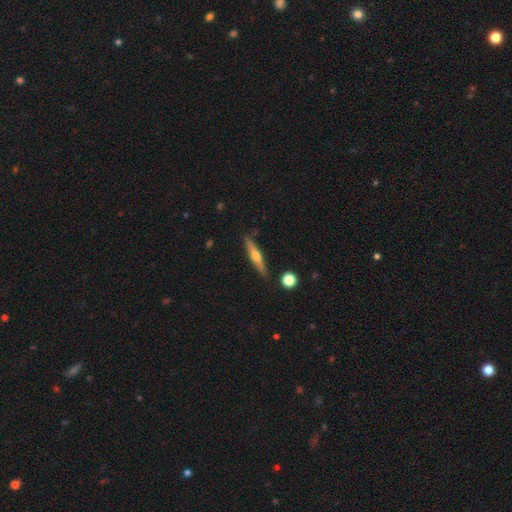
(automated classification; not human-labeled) smooth_or_featured: featured or disk (p=0.61) [alt: smooth p=0.33]
disk_edge_on: yes (p=0.96) [alt: no p=0.04]
edge_on_bulge: rounded (p=0.91) [alt: none p=0.05]
merging: none (p=0.87) [alt: minor disturbance p=0.09]